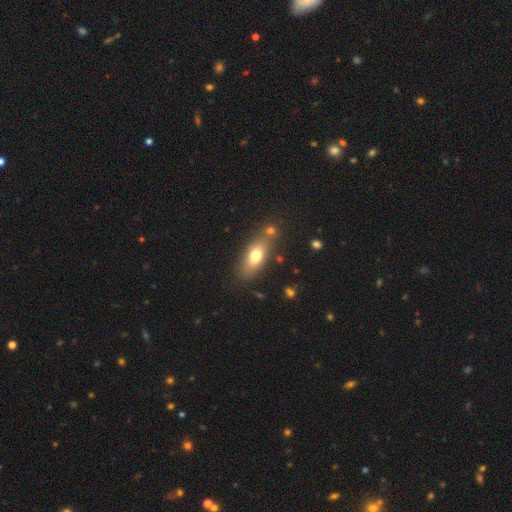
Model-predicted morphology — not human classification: smooth_or_featured: smooth (p=0.69) [alt: featured or disk p=0.22]
how_rounded: in between (p=0.72) [alt: cigar-shaped p=0.21]
merging: none (p=0.71) [alt: minor disturbance p=0.14]